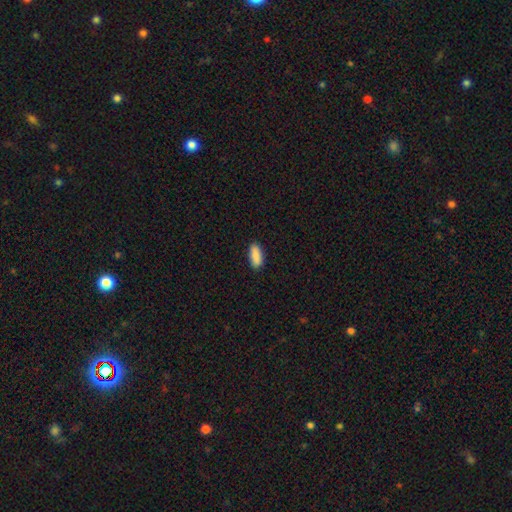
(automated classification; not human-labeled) smooth_or_featured: smooth (p=0.89) [alt: star or artifact p=0.06]
how_rounded: in between (p=0.77) [alt: cigar-shaped p=0.21]
merging: none (p=0.88) [alt: minor disturbance p=0.09]